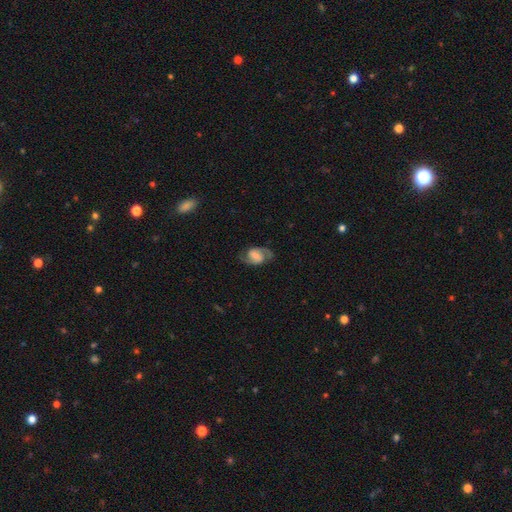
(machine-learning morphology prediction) Smooth or featured? Predicted: featured or disk (p=0.78). Edge-on disk? Predicted: no (p=0.97). Bar? Predicted: weak (p=0.50). Spiral arms? Predicted: yes (p=0.95). Spiral winding? Predicted: medium (p=0.55). Spiral arm count? Predicted: 2 (p=0.91). Bulge size? Predicted: small (p=0.36). Merging? Predicted: none (p=0.78).